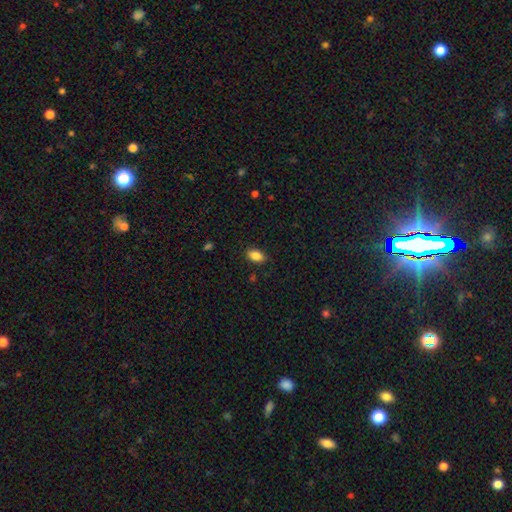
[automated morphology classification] smooth_or_featured: smooth (p=0.87) [alt: star or artifact p=0.08]
how_rounded: in between (p=0.90) [alt: round p=0.08]
merging: none (p=0.87) [alt: minor disturbance p=0.10]